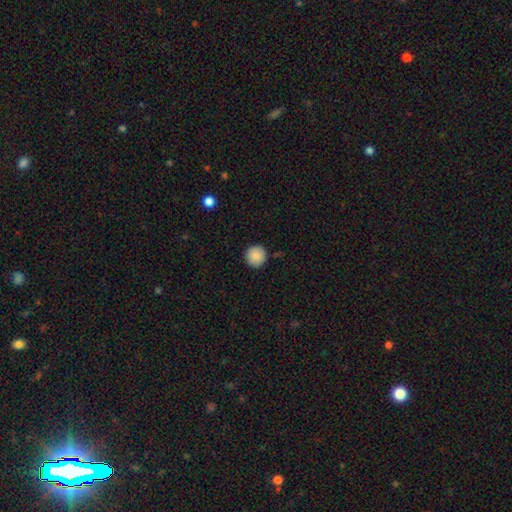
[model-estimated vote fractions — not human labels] A smooth galaxy with no disk features (87%) that is round (95%). Merging: none (92%).